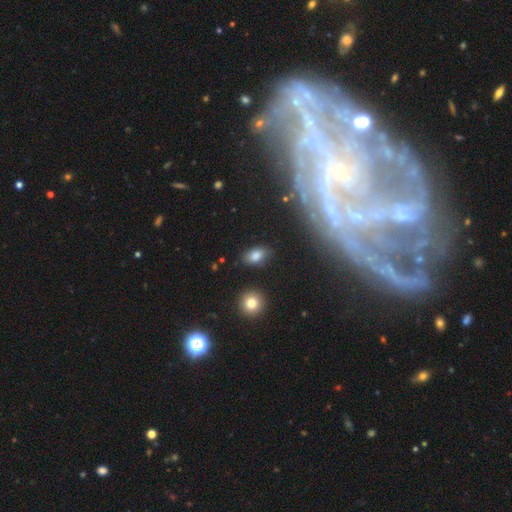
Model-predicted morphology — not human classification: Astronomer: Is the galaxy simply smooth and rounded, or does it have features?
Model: smooth — 78%.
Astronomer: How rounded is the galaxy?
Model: in between — 89%.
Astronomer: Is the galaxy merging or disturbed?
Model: none — 82%.